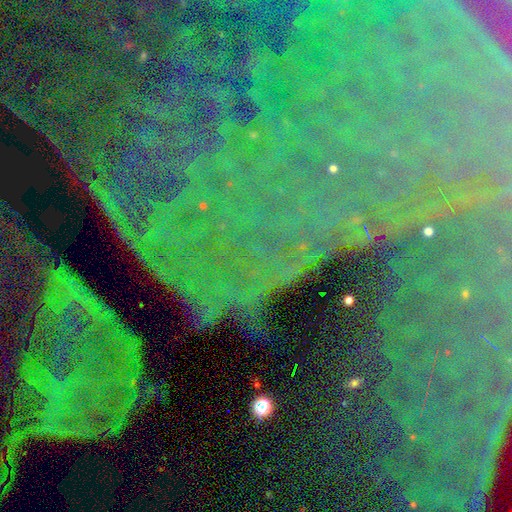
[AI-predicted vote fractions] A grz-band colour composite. It shows a star or artifact, not a galaxy (84%).